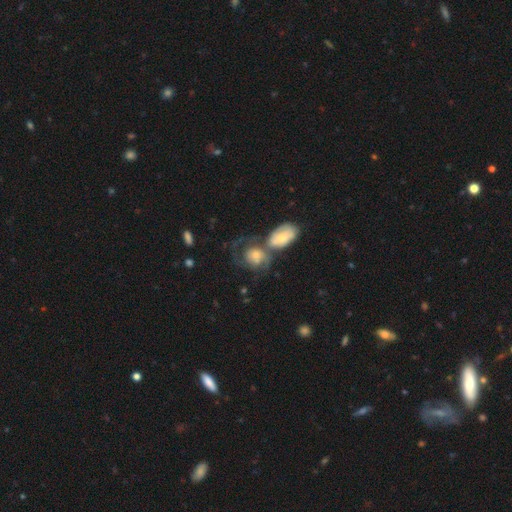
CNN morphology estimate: This is possibly a featured or disk galaxy (48%). Merging: possibly merger (55%).